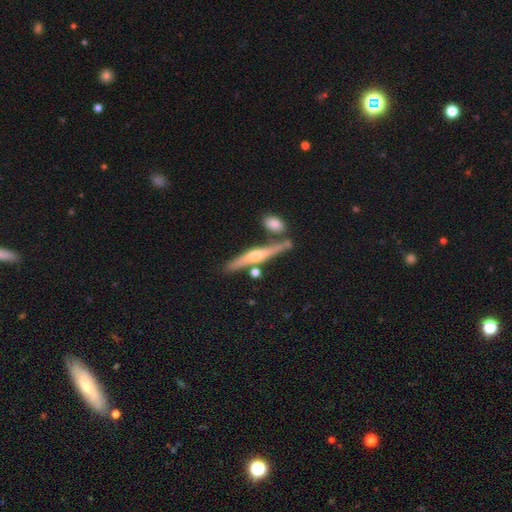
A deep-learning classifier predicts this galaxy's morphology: The model was most divided on "smooth or featured": featured or disk: 70%, smooth: 24%, star or artifact: 6%. More confident: edge-on disk — yes (96%); edge-on bulge — rounded (84%); merging — none (75%).